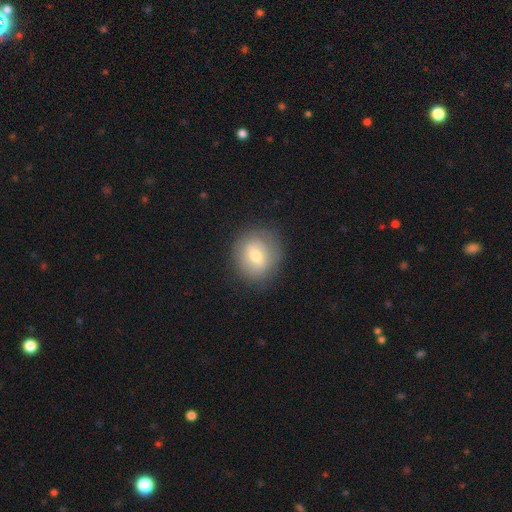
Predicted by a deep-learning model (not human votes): smooth-or-featured: smooth: 55% | featured or disk: 36% | star or artifact: 9%
  how-rounded: round: 78% | in between: 21% | cigar-shaped: 1%
  merging: none: 83% | minor disturbance: 12% | major disturbance: 4% | merger: 1%